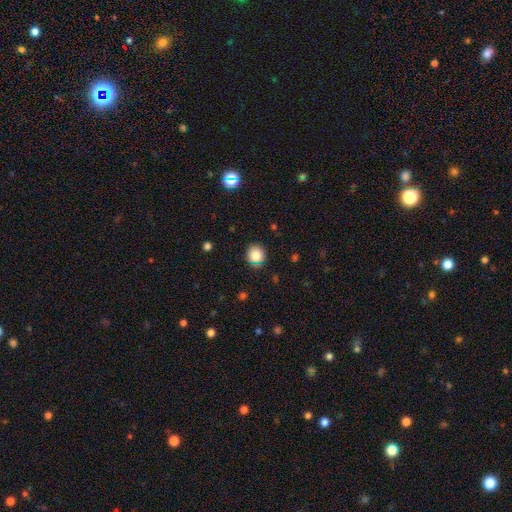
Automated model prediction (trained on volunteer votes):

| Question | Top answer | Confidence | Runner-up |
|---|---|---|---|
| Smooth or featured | smooth | 82% | star or artifact (11%) |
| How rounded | round | 83% | in between (16%) |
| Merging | none | 86% | minor disturbance (10%) |